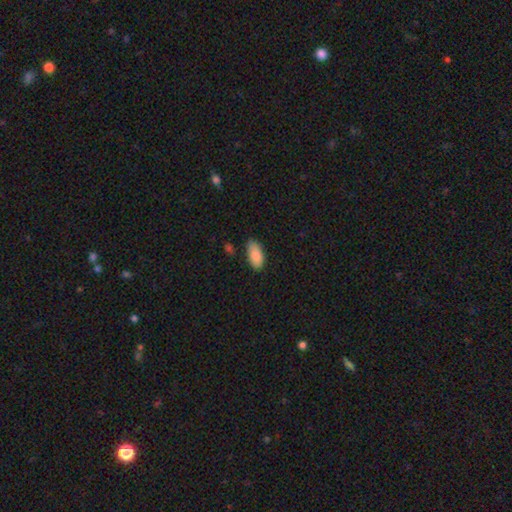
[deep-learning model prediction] smooth-or-featured: smooth: 85% | featured or disk: 9% | star or artifact: 7%
  how-rounded: in between: 93% | cigar-shaped: 5% | round: 3%
  merging: none: 73% | minor disturbance: 21% | major disturbance: 3% | merger: 2%